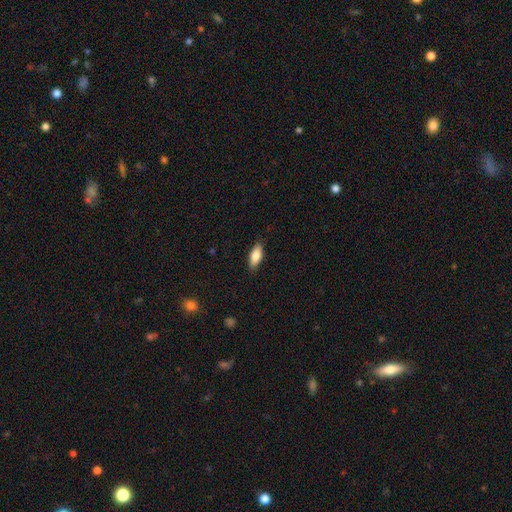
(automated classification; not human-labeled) Smooth or featured: smooth — 82% (featured or disk — 12%)
How rounded: in between — 77% (cigar-shaped — 21%)
Merging: none — 87% (minor disturbance — 10%)